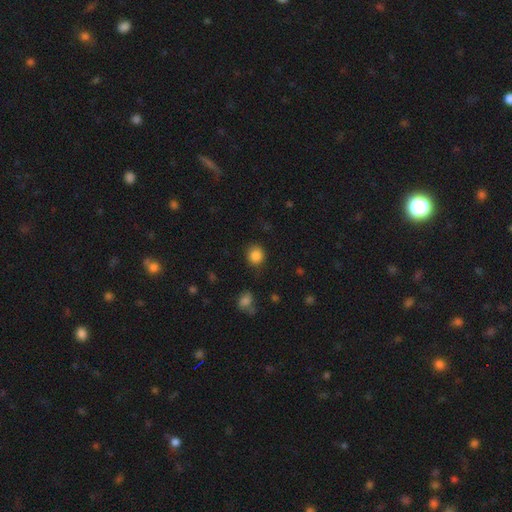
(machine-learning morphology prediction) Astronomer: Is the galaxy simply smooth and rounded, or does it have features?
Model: smooth — 85%.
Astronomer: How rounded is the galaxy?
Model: round — 83%.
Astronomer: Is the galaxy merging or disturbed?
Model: none — 81%.